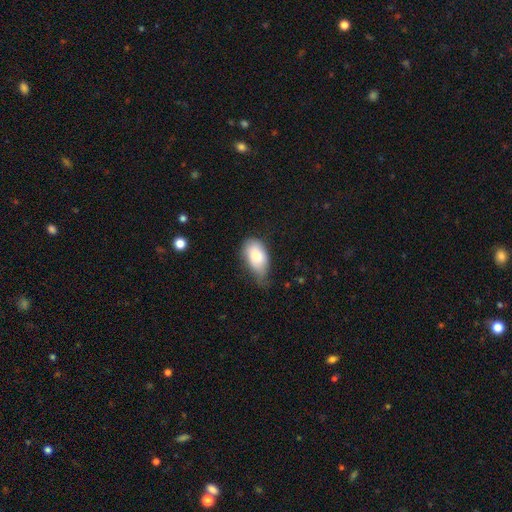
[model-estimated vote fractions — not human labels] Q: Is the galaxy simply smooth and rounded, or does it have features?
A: smooth — 81%.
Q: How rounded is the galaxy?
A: in between — 93%.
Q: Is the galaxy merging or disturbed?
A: minor disturbance — 48%.